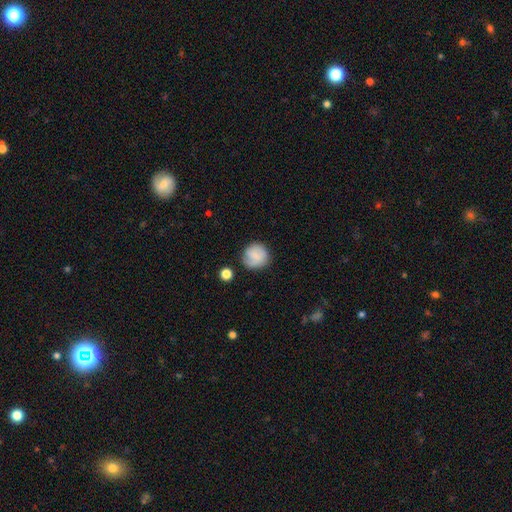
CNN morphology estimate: Smooth or featured? smooth (64%)
How rounded? round (88%)
Merging? none (74%)